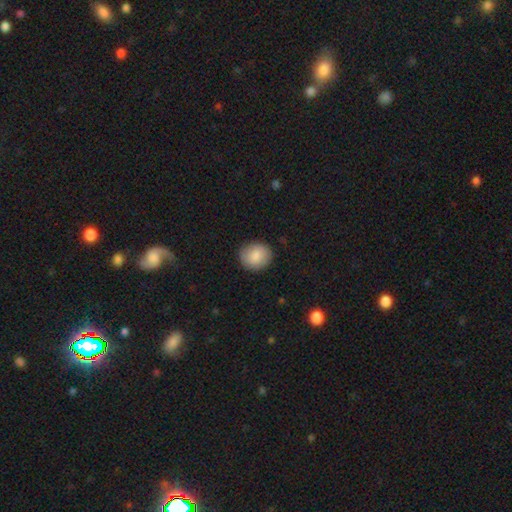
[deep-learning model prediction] The model was most divided on "how rounded": round: 79%, in between: 20%, cigar-shaped: 1%. More confident: merging — none (88%); smooth or featured — smooth (86%).